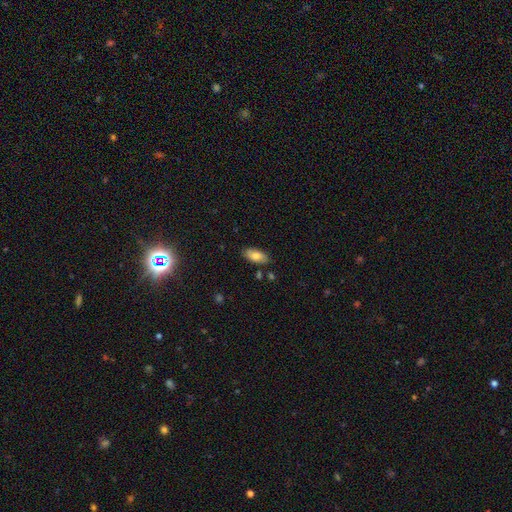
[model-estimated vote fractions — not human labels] smooth_or_featured: smooth (p=0.77) [alt: featured or disk p=0.16]
how_rounded: in between (p=0.91) [alt: cigar-shaped p=0.07]
merging: none (p=0.83) [alt: minor disturbance p=0.12]